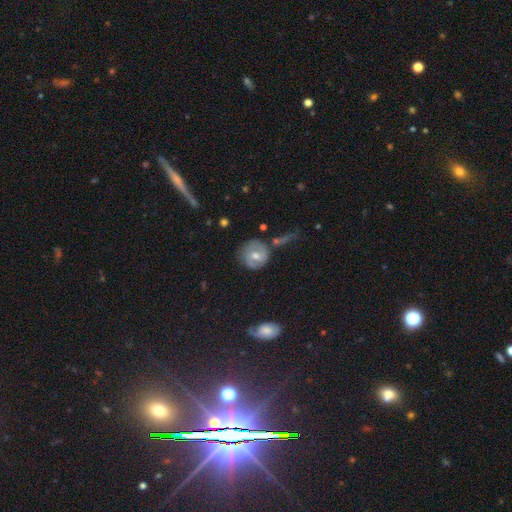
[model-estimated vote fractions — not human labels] Smooth or featured?
  - featured or disk: 50% *
  - smooth: 40%
  - star or artifact: 10%
Merging?
  - none: 66% *
  - minor disturbance: 20%
  - major disturbance: 8%
  - merger: 6%